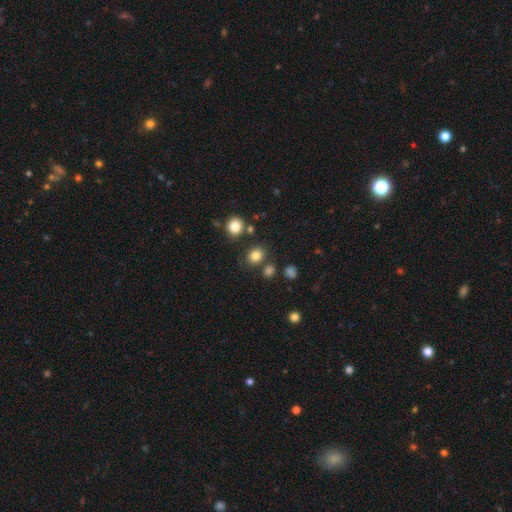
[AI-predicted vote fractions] A smooth galaxy with no disk features (81%) that is round (71%).

Vote fractions:
- Smooth or featured? smooth: 81% / star or artifact: 13% / featured or disk: 6%
- How rounded? round: 71% / in between: 28% / cigar-shaped: 1%
- Merging? none: 79% / minor disturbance: 9% / merger: 8% / major disturbance: 4%